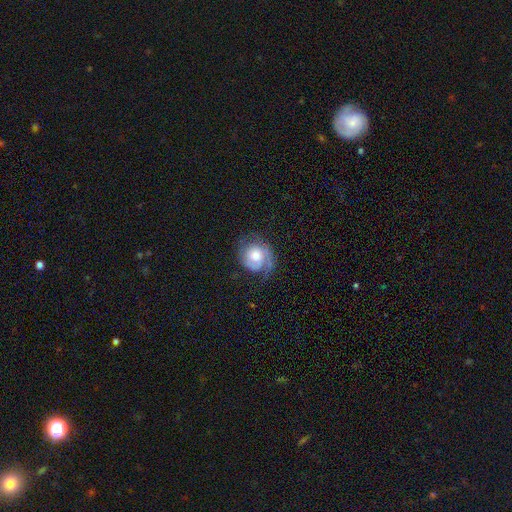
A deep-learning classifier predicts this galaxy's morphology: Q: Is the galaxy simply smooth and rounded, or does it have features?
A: featured or disk — 69%.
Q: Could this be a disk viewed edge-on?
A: no — 97%.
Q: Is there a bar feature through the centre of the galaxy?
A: no — 76%.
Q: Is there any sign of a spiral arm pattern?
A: yes — 91%.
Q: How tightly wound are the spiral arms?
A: tight — 52%.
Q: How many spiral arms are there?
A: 1 — 44%.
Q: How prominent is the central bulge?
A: moderate — 55%.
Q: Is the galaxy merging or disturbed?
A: none — 60%.